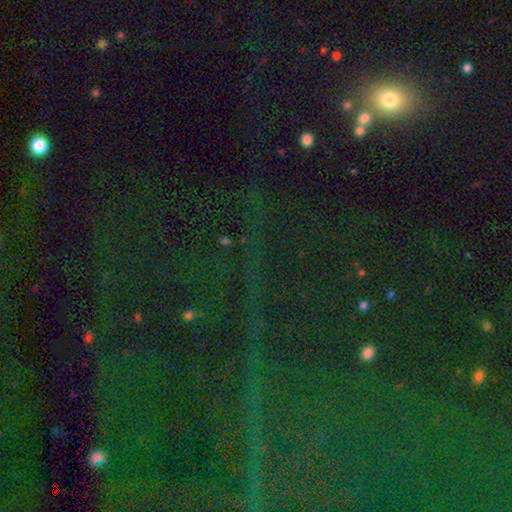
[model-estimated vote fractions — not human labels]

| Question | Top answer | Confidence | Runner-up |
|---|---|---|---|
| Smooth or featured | star or artifact | 79% | smooth (12%) |